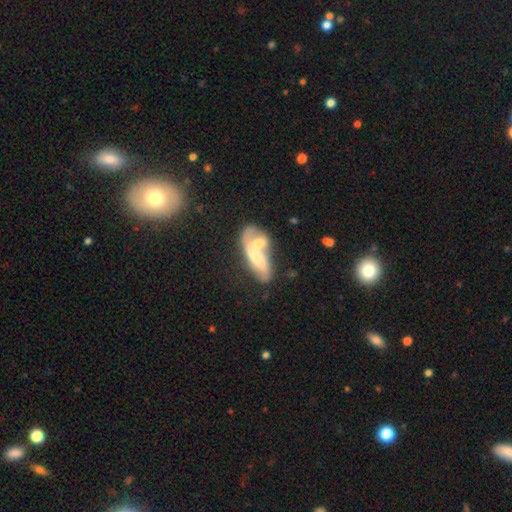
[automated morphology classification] Smooth or featured? featured or disk (53%)
Edge-on disk? no (84%)
Merging? merger (56%)